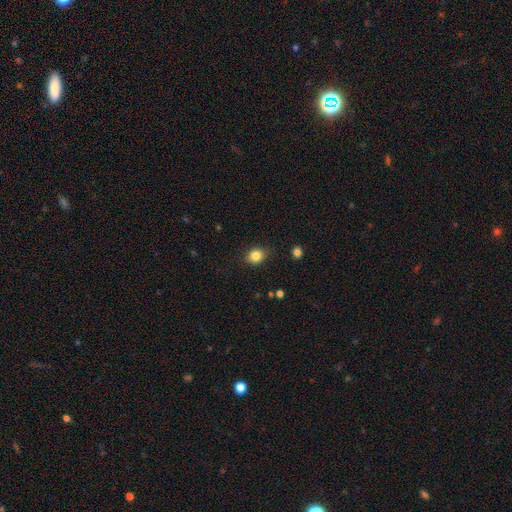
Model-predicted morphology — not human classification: Smooth or featured? smooth (84%)
How rounded? round (66%)
Merging? none (83%)